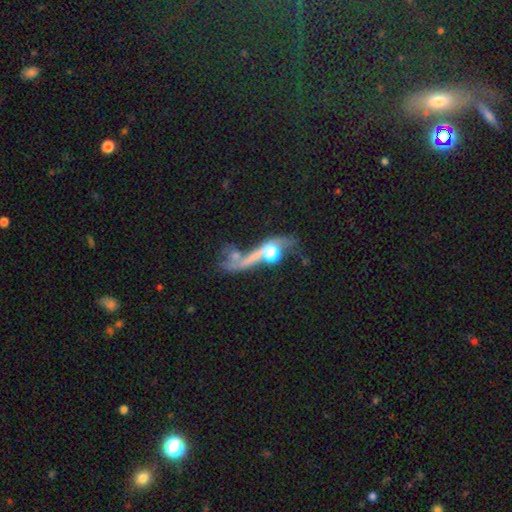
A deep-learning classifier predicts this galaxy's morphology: Q: Smooth or featured?
A: featured or disk (45%); runner-up: smooth (32%)
Q: Merging?
A: merger (36%); runner-up: none (27%)